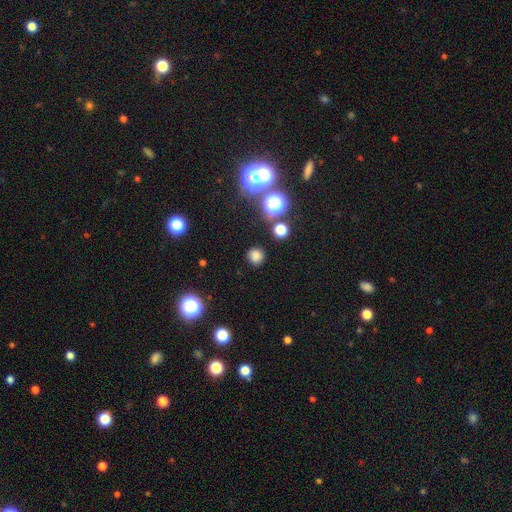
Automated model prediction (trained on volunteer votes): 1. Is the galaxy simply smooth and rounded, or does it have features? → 75% smooth, 20% star or artifact, 5% featured or disk.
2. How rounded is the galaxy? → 88% round, 11% in between, 1% cigar-shaped.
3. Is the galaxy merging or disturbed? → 84% none, 9% minor disturbance, 3% major disturbance, 3% merger.